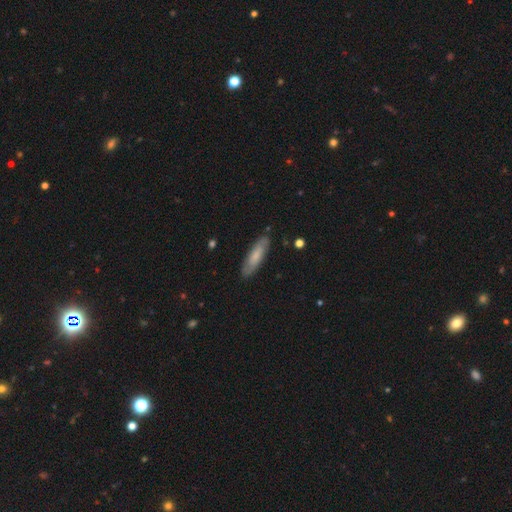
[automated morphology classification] Overall: smooth (61%; featured or disk 33%). How rounded: cigar-shaped (62%; in between 37%). Merging: none (84%).